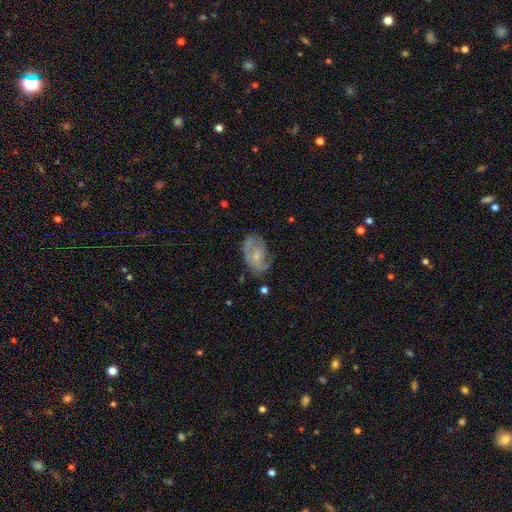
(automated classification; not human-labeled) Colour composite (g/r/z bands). It shows a featured or disk galaxy (63%) with no bar (68%), spiral arms (76%) and a small central bulge (64%). Merging: none (54%).